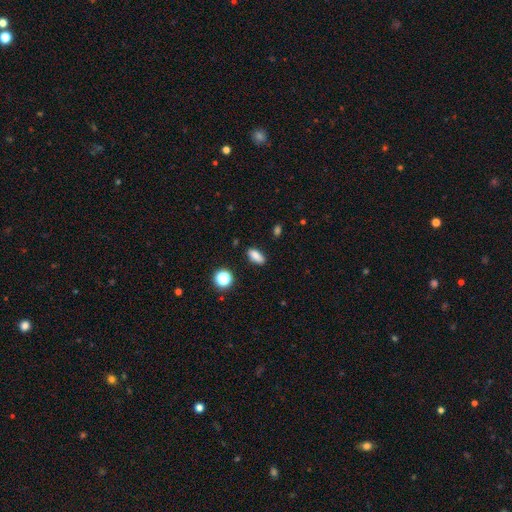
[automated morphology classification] smooth-or-featured: smooth: 83% | star or artifact: 10% | featured or disk: 6%
  how-rounded: in between: 78% | cigar-shaped: 15% | round: 6%
  merging: none: 86% | minor disturbance: 10% | major disturbance: 2% | merger: 2%